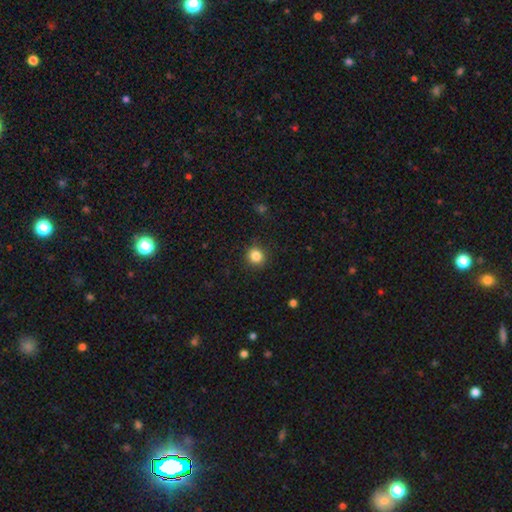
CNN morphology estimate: Smooth or featured: smooth — 85% (star or artifact — 11%)
How rounded: round — 90% (in between — 9%)
Merging: none — 90% (minor disturbance — 7%)